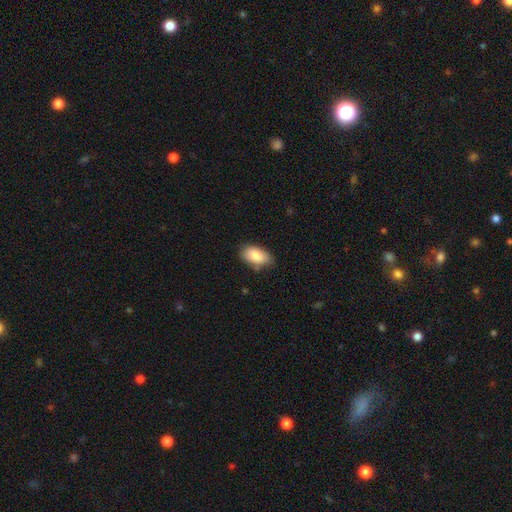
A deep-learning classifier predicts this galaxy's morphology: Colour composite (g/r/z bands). It shows a smooth galaxy with no disk features (86%) that is in between round and cigar-shaped (94%). Merging: none (75%).